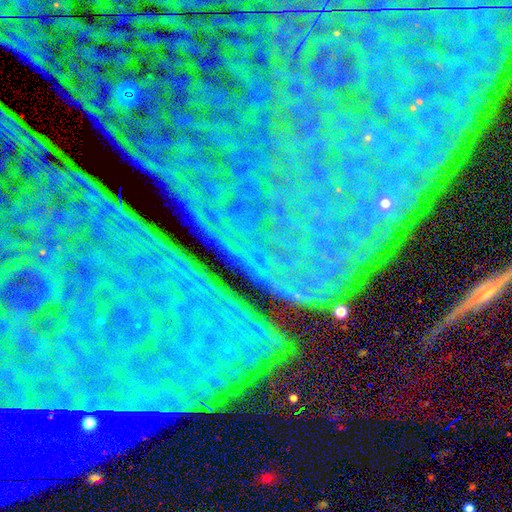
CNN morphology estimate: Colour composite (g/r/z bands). It shows a star or artifact, not a galaxy (84%).